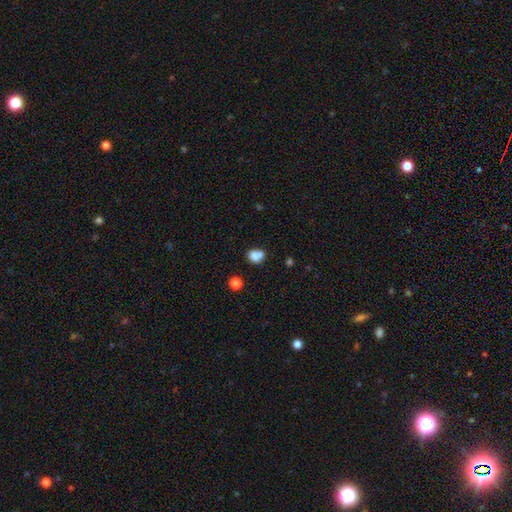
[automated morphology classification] This is likely a smooth galaxy (79%). How rounded: possibly round (51%). Merging: possibly none (46%).